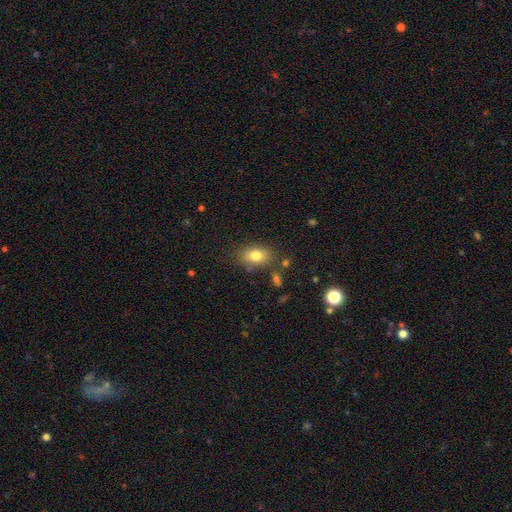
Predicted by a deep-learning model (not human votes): This appears to be a smooth galaxy with no disk features (80%) that is in between round and cigar-shaped (82%). Merging: none (77%).